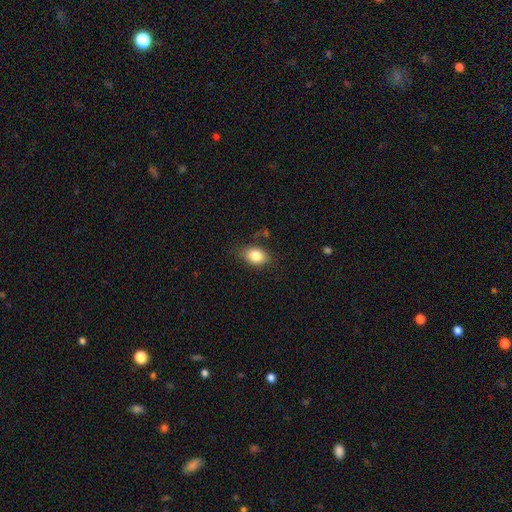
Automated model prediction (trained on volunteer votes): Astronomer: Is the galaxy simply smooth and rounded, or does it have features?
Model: smooth — 84%.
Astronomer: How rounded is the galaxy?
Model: in between — 75%.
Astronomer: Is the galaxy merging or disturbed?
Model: none — 79%.